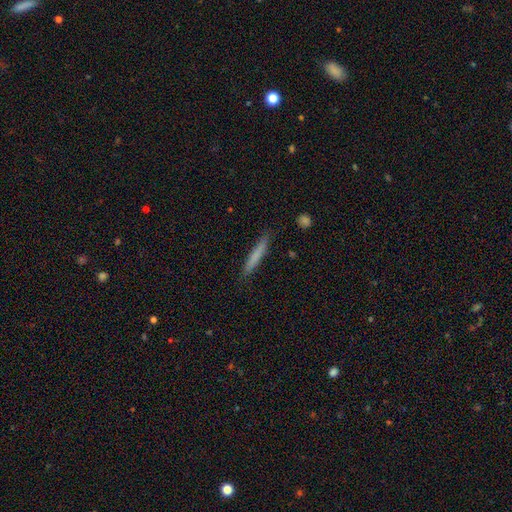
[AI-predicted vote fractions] A smooth galaxy with no disk features (74%) that is cigar-shaped (95%). Merging: none (88%).